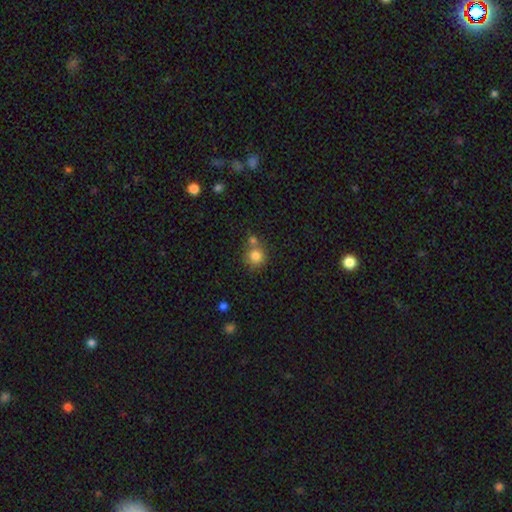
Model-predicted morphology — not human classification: This is clearly a smooth galaxy (80%). How rounded: clearly round (89%). Merging: possibly none (57%).